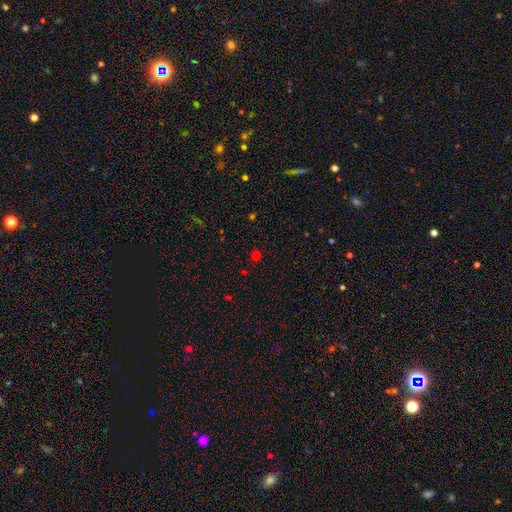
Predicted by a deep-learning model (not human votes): Morphology: type=smooth (64%); roundness=round (88%); merging=none (87%).